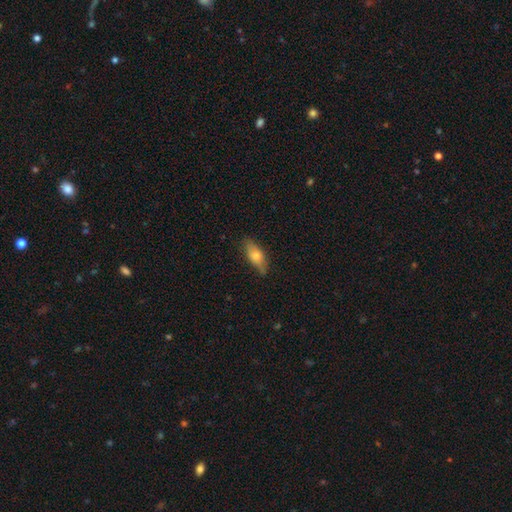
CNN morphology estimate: This is likely a smooth galaxy (67%). How rounded: likely in between (76%). Merging: likely none (75%).